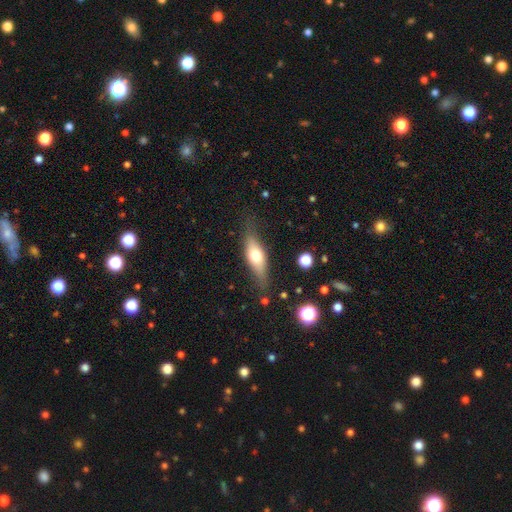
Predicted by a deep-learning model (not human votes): Smooth or featured?
  - smooth: 55% *
  - featured or disk: 38%
  - star or artifact: 7%
How rounded?
  - in between: 58% *
  - cigar-shaped: 38%
  - round: 4%
Merging?
  - none: 74% *
  - minor disturbance: 18%
  - major disturbance: 5%
  - merger: 2%